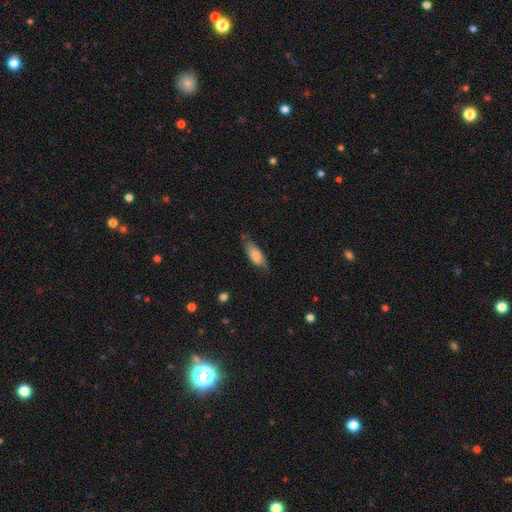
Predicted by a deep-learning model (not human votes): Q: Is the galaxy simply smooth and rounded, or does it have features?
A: smooth — 77%.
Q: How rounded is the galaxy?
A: in between — 69%.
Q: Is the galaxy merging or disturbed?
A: none — 64%.